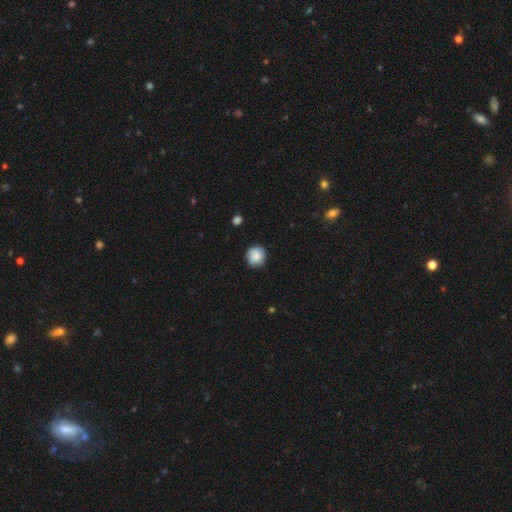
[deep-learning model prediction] Overall: smooth (83%). How rounded: round (90%). Merging: none (82%).